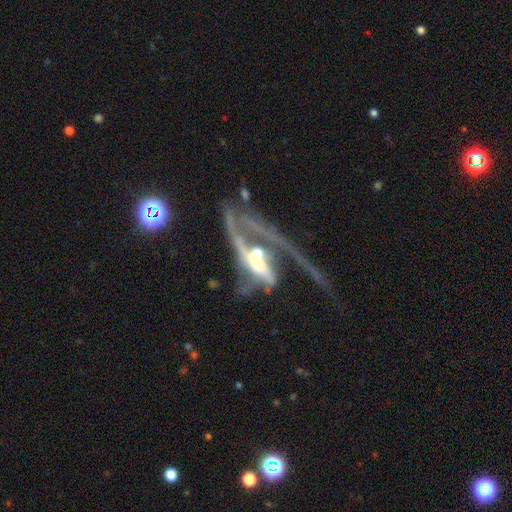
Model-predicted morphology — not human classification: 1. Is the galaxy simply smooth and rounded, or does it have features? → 76% featured or disk, 14% smooth, 10% star or artifact.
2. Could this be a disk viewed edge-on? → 89% no, 11% yes.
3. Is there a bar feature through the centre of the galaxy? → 54% no, 26% weak, 20% strong.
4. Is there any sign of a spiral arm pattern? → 68% yes, 32% no.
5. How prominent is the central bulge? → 52% moderate, 20% large, 17% small, 8% none, 4% dominant.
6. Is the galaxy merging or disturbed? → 45% major disturbance, 36% merger, 11% none, 7% minor disturbance.